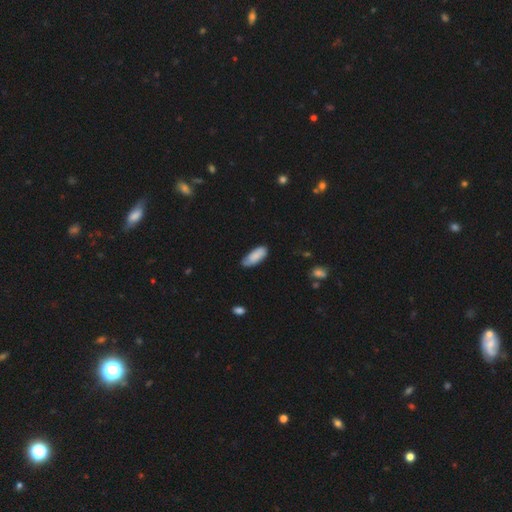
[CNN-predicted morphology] Smooth or featured? Predicted: smooth (p=0.83). How rounded? Predicted: in between (p=0.79). Merging? Predicted: none (p=0.65).